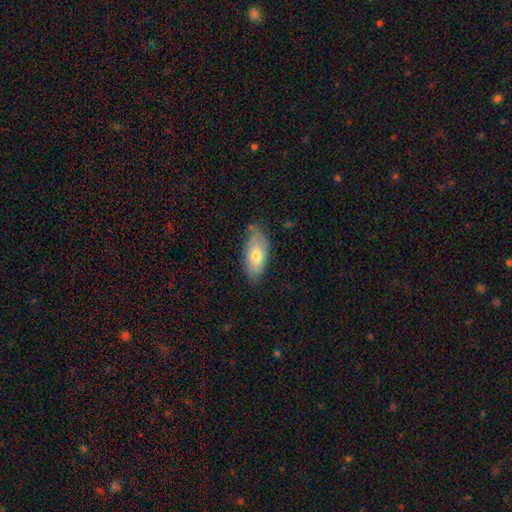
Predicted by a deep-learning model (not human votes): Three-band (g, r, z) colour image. It shows a smooth galaxy with no disk features (67%) that is in between round and cigar-shaped (87%). Merging: none (72%).